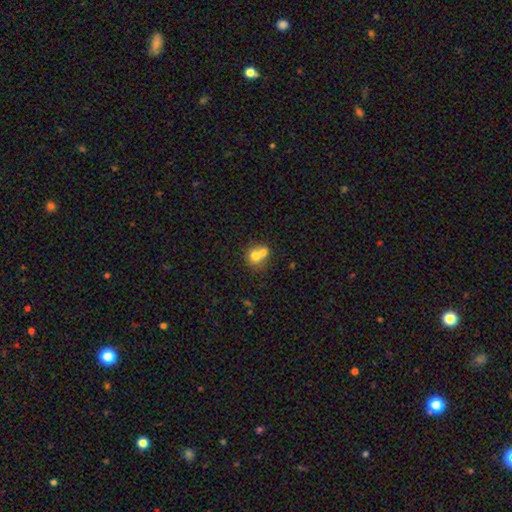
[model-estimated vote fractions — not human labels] This appears to be a smooth galaxy with no disk features (69%) that is round (74%). Merging: merger (60%).